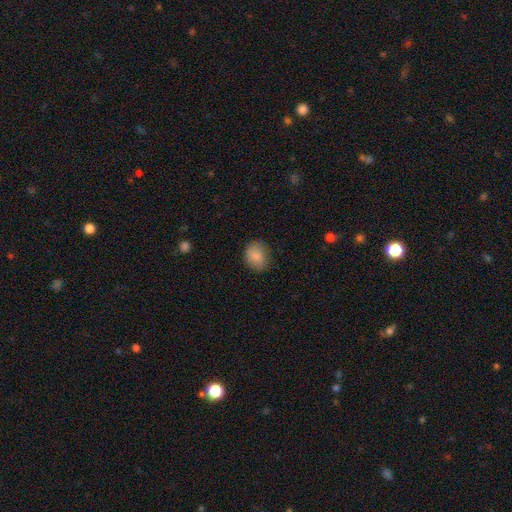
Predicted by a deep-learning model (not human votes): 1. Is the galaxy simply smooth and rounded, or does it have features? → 87% smooth, 8% star or artifact, 5% featured or disk.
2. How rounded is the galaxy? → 51% round, 48% in between, 1% cigar-shaped.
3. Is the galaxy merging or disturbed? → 80% none, 15% minor disturbance, 4% major disturbance, 1% merger.